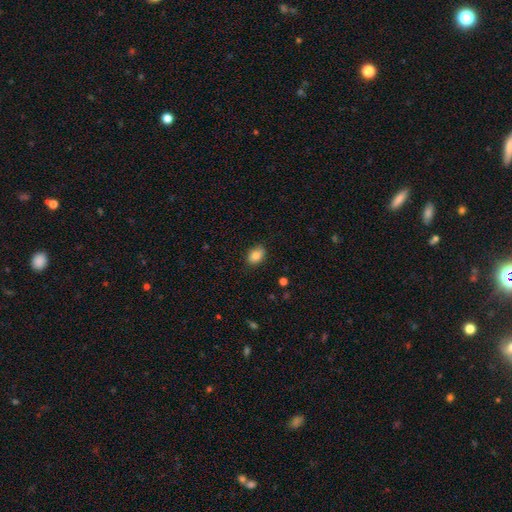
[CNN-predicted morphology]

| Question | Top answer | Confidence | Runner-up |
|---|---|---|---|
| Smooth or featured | smooth | 84% | star or artifact (8%) |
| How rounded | in between | 81% | round (17%) |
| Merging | none | 84% | minor disturbance (13%) |